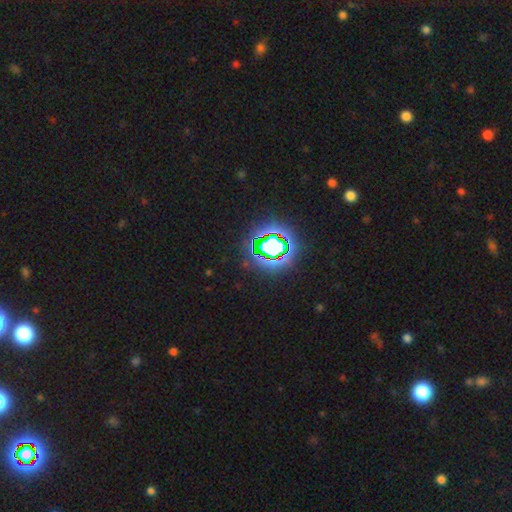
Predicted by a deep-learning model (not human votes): Morphology: type=star or artifact (80%).